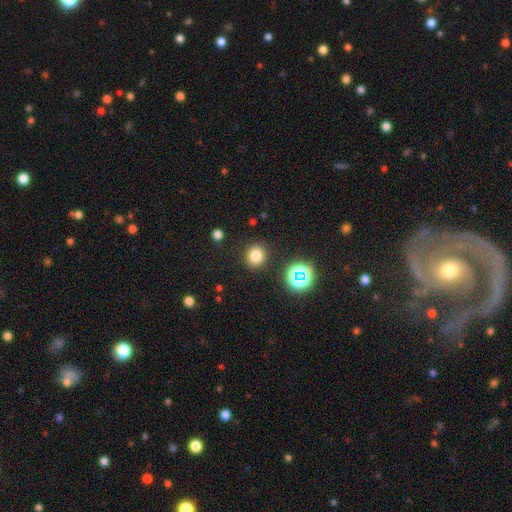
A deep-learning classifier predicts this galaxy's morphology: smooth 76%, star or artifact 17%, featured or disk 6%. Down the decision tree: how rounded — round (86%); merging — none (88%).